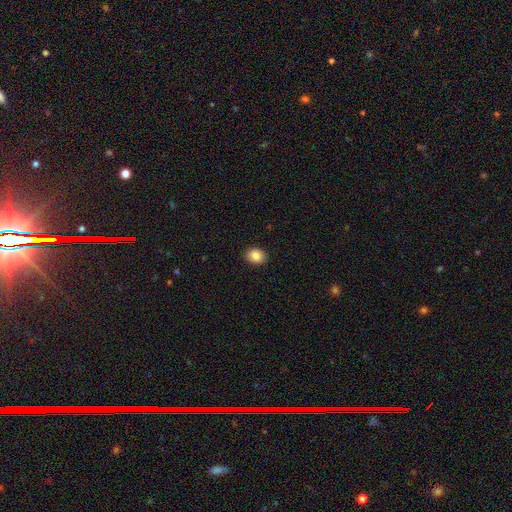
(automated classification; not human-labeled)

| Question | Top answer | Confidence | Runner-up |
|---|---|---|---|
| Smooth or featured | smooth | 87% | star or artifact (8%) |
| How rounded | in between | 57% | round (42%) |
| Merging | none | 91% | minor disturbance (7%) |